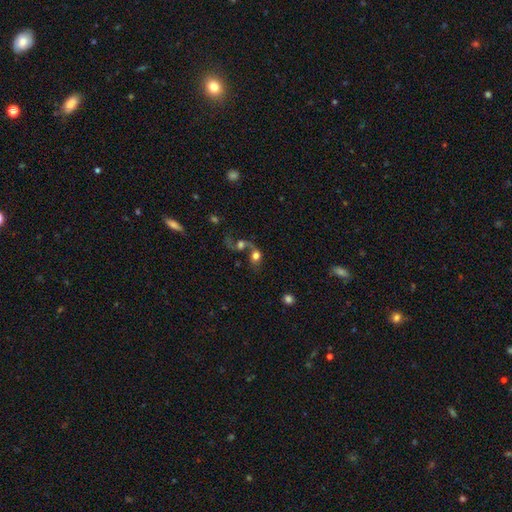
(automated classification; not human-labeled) Smooth or featured?
  - smooth: 50% *
  - featured or disk: 37%
  - star or artifact: 13%
Merging?
  - merger: 64% *
  - none: 17%
  - major disturbance: 11%
  - minor disturbance: 7%